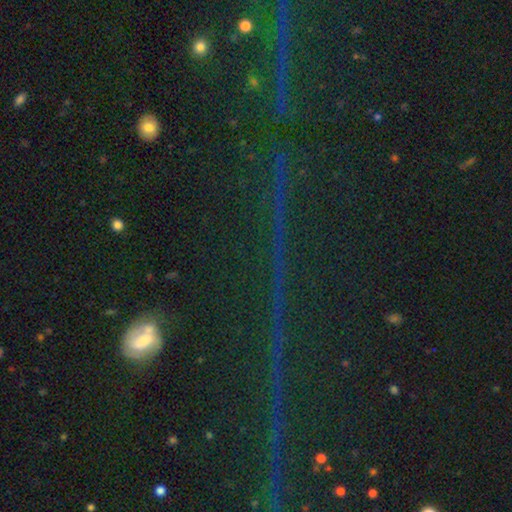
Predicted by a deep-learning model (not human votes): star or artifact 79%, smooth 11%, featured or disk 9%.